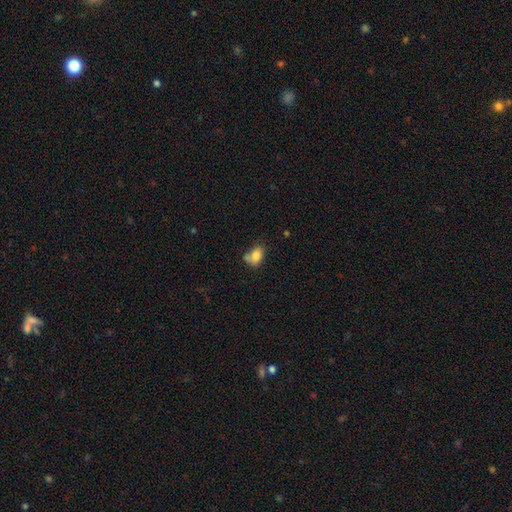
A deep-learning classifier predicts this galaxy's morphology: The model was most divided on "merging": none: 44%, minor disturbance: 25%, merger: 22%, major disturbance: 10%. More confident: how rounded — in between (82%); smooth or featured — smooth (80%).